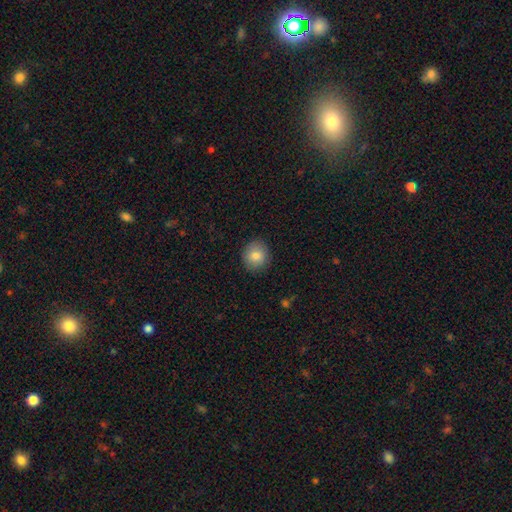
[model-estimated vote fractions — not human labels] Overall: smooth (82%). How rounded: round (85%). Merging: none (89%).